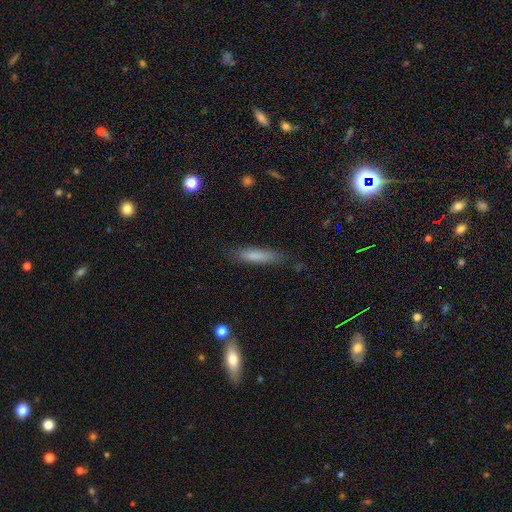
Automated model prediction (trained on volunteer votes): Smooth or featured? Predicted: smooth (p=0.79). How rounded? Predicted: cigar-shaped (p=0.80). Merging? Predicted: none (p=0.80).